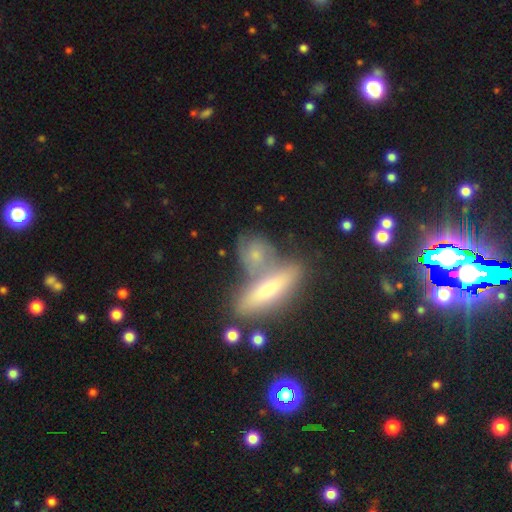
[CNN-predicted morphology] Smooth or featured?
  - smooth: 50% *
  - featured or disk: 40%
  - star or artifact: 9%
How rounded?
  - in between: 55% *
  - cigar-shaped: 24%
  - round: 22%
Merging?
  - none: 40% *
  - merger: 39%
  - minor disturbance: 14%
  - major disturbance: 7%